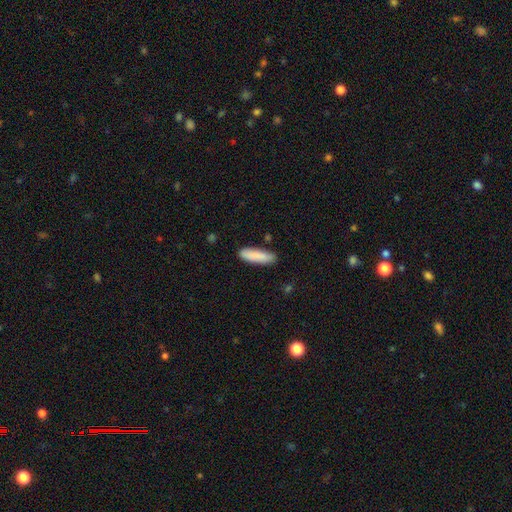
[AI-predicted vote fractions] A smooth galaxy with no disk features (87%) that is cigar-shaped (56%). Merging: none (83%).